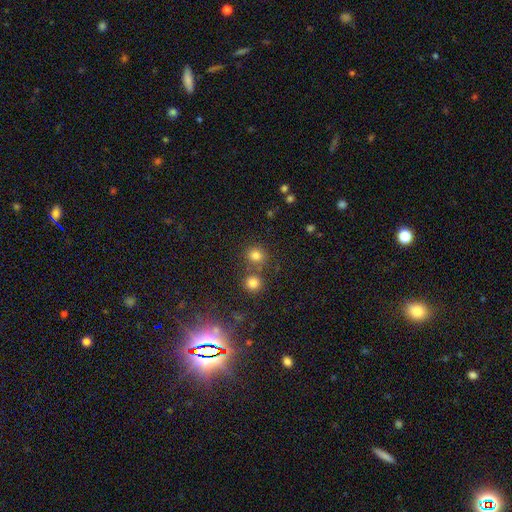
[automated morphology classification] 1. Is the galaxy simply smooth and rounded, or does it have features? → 79% smooth, 15% star or artifact, 6% featured or disk.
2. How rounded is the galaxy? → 85% round, 14% in between, 1% cigar-shaped.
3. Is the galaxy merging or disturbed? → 67% none, 21% merger, 8% minor disturbance, 4% major disturbance.